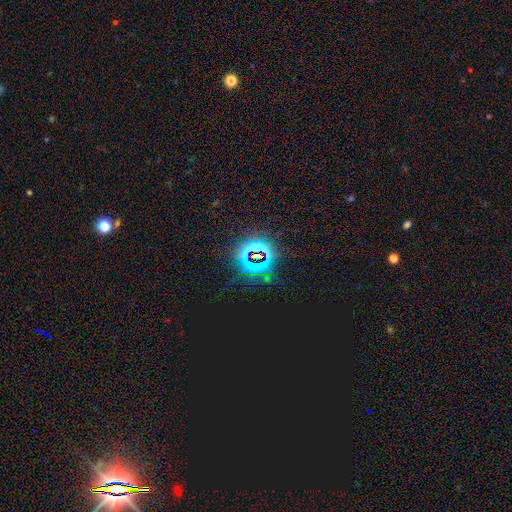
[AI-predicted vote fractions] This is clearly a star or artifact rather than a galaxy (84%).